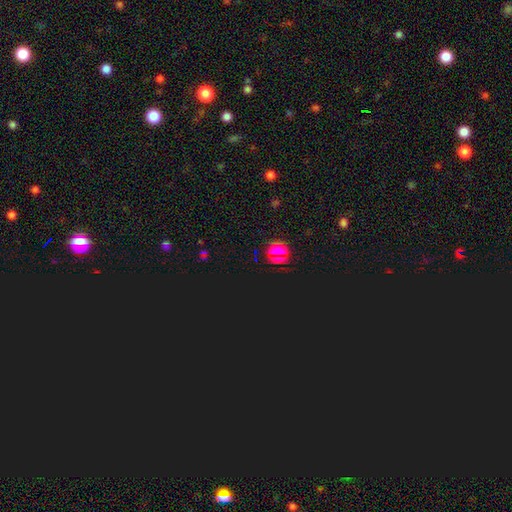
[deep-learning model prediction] Q: Smooth or featured?
A: star or artifact (72%); runner-up: smooth (21%)